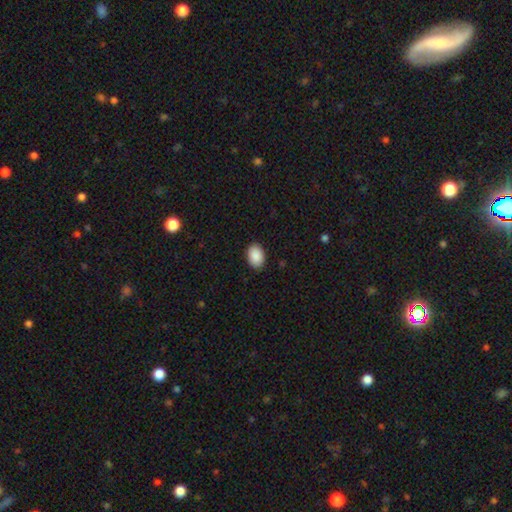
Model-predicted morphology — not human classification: Smooth or featured? Predicted: smooth (p=0.90). How rounded? Predicted: in between (p=0.85). Merging? Predicted: none (p=0.89).